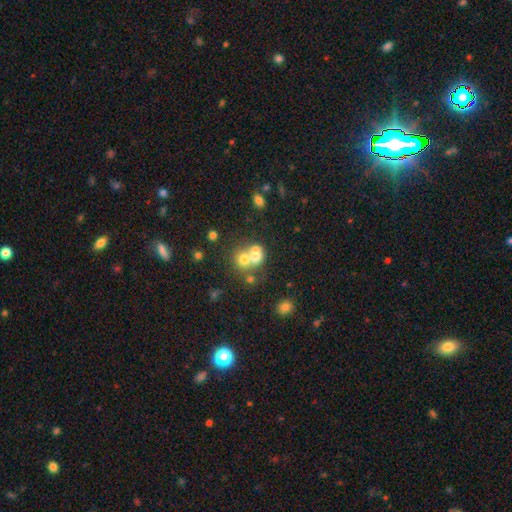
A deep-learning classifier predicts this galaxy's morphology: Smooth or featured?
  - smooth: 63% *
  - featured or disk: 23%
  - star or artifact: 13%
How rounded?
  - round: 69% *
  - in between: 30%
  - cigar-shaped: 1%
Merging?
  - merger: 61% *
  - none: 27%
  - minor disturbance: 7%
  - major disturbance: 5%